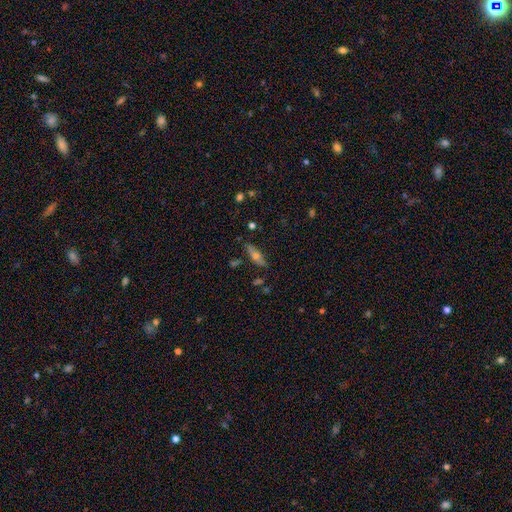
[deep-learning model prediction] smooth_or_featured: featured or disk (p=0.47) [alt: smooth p=0.44]
merging: none (p=0.80) [alt: minor disturbance p=0.14]